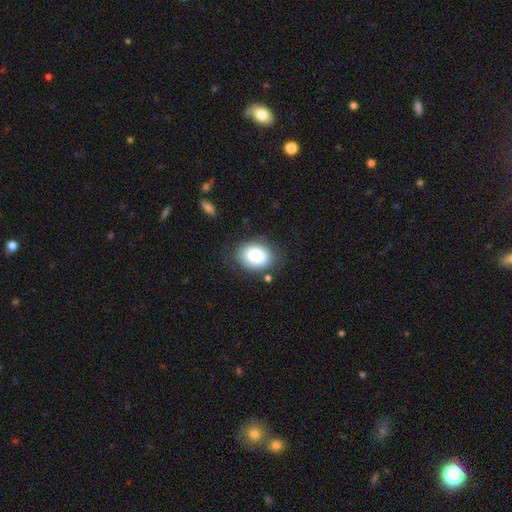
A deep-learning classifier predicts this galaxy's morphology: This is clearly a smooth galaxy (85%). How rounded: likely in between (74%). Merging: likely none (77%).